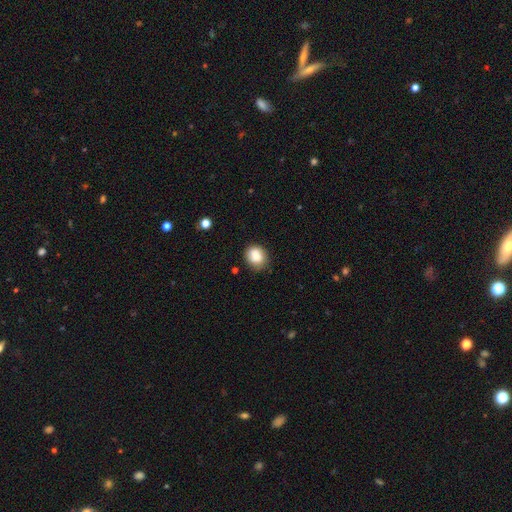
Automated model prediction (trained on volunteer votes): This appears to be a smooth galaxy with no disk features (84%) that is round (67%). Merging: none (71%).